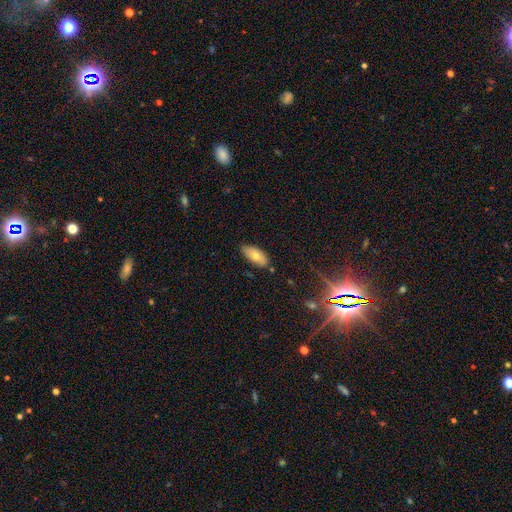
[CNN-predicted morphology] smooth-or-featured: smooth: 69% | featured or disk: 23% | star or artifact: 8%
  how-rounded: in between: 89% | cigar-shaped: 8% | round: 3%
  merging: none: 83% | minor disturbance: 13% | major disturbance: 2% | merger: 2%